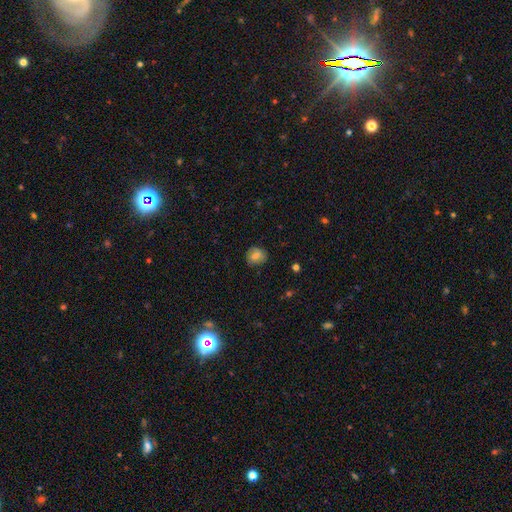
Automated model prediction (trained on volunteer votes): Smooth or featured?
  - smooth: 75% *
  - featured or disk: 15%
  - star or artifact: 10%
How rounded?
  - round: 76% *
  - in between: 23%
  - cigar-shaped: 1%
Merging?
  - none: 79% *
  - minor disturbance: 17%
  - major disturbance: 4%
  - merger: 1%